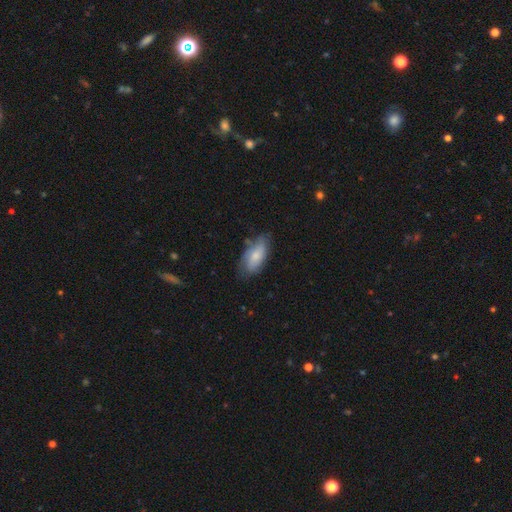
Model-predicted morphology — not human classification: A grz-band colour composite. It shows a smooth galaxy with no disk features (67%) that is in between round and cigar-shaped (88%). Merging: none (64%).